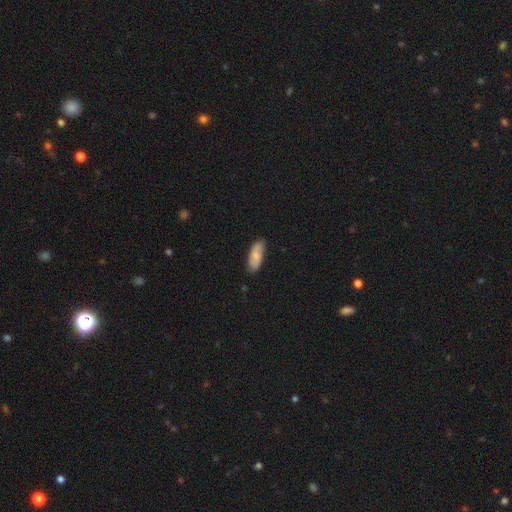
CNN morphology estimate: This appears to be a smooth galaxy with no disk features (61%) that is in between round and cigar-shaped (78%). Merging: none (78%).